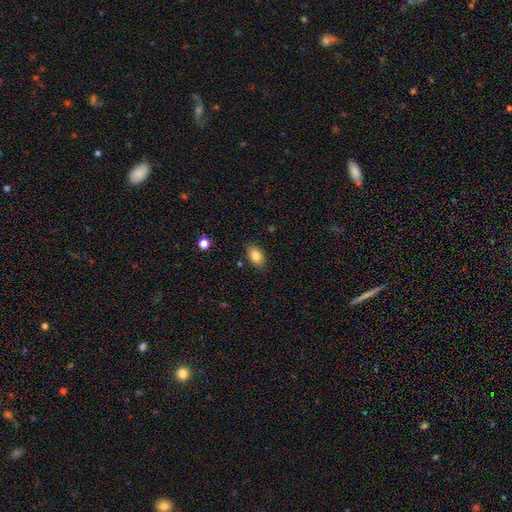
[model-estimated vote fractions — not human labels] Overall: smooth (83%). How rounded: in between (86%). Merging: none (85%).